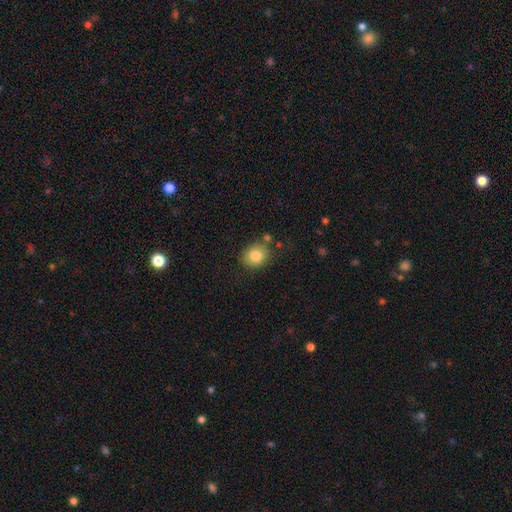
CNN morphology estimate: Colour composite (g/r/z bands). It shows a smooth galaxy with no disk features (84%) that is round (68%). Merging: none (73%).